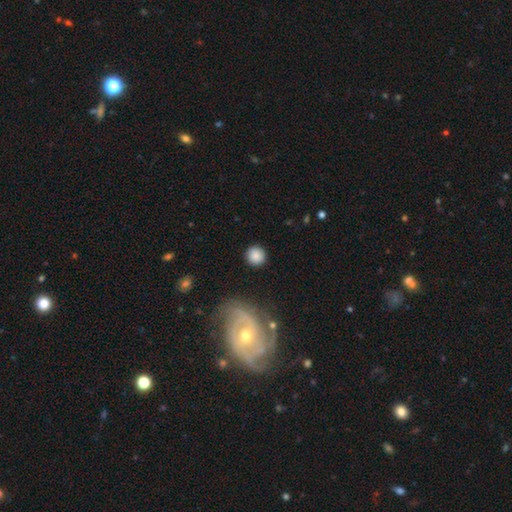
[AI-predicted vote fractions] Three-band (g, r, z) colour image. It shows a smooth galaxy with no disk features (84%) that is round (93%). Merging: none (88%).